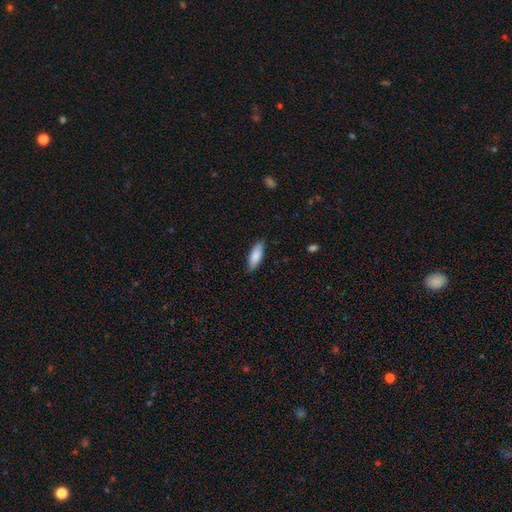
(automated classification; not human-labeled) smooth_or_featured: smooth (p=0.86) [alt: featured or disk p=0.08]
how_rounded: in between (p=0.67) [alt: cigar-shaped p=0.32]
merging: none (p=0.85) [alt: minor disturbance p=0.12]